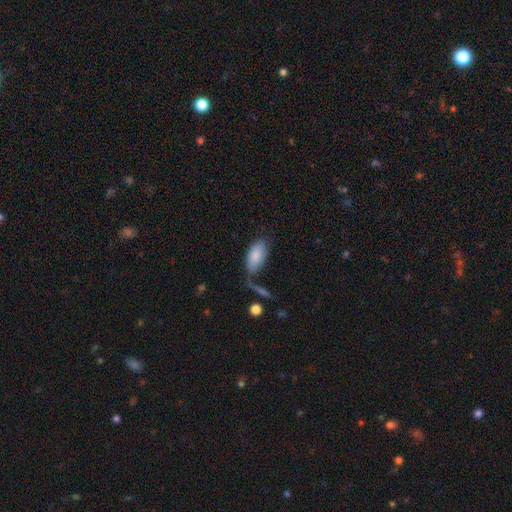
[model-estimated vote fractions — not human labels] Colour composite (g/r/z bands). It shows a smooth galaxy with no disk features (83%) that is in between round and cigar-shaped (93%). Merging: none (54%).